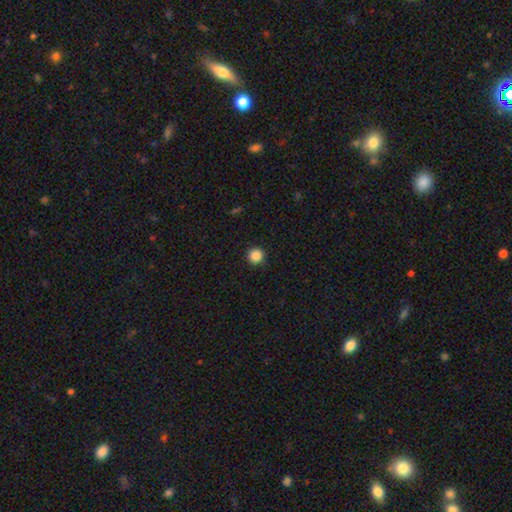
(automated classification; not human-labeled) Smooth or featured?
  - smooth: 87% *
  - star or artifact: 11%
  - featured or disk: 3%
How rounded?
  - round: 96% *
  - in between: 3%
  - cigar-shaped: 1%
Merging?
  - none: 93% *
  - minor disturbance: 5%
  - major disturbance: 2%
  - merger: 1%